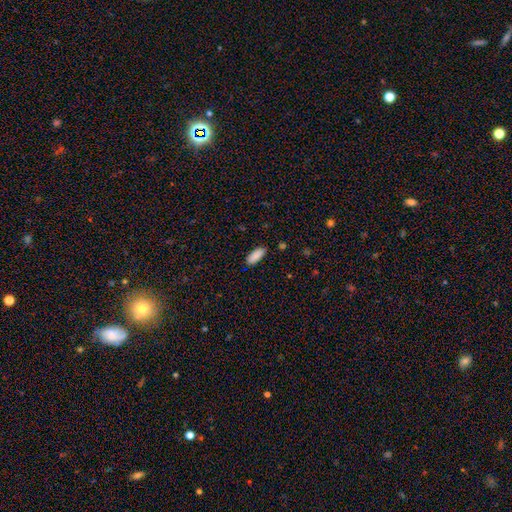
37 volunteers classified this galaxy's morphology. Overall: smooth (95%). How rounded: in between (94%). Merging: none (81%).